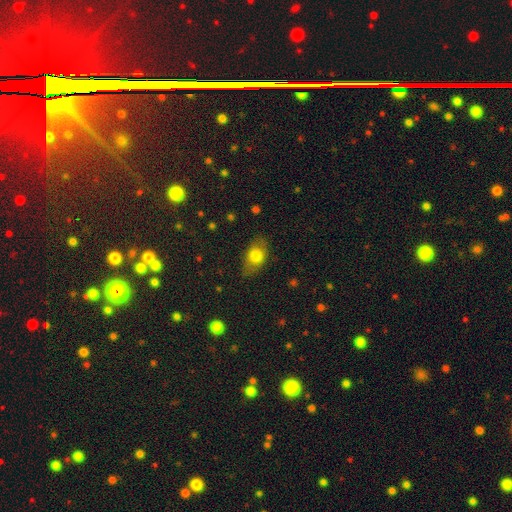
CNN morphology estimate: Smooth or featured? smooth (73%)
How rounded? in between (79%)
Merging? none (77%)